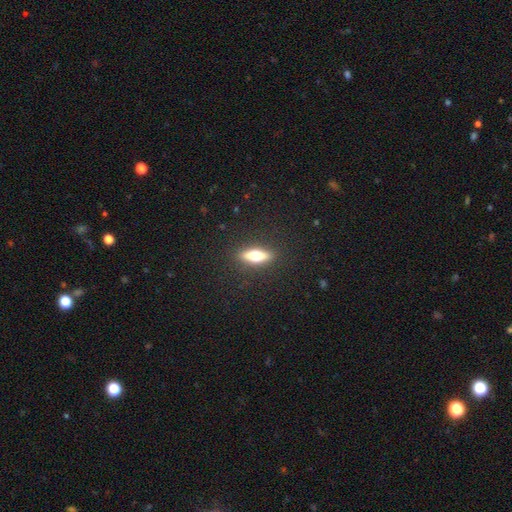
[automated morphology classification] Smooth or featured? smooth (54%)
How rounded? cigar-shaped (52%)
Merging? none (88%)